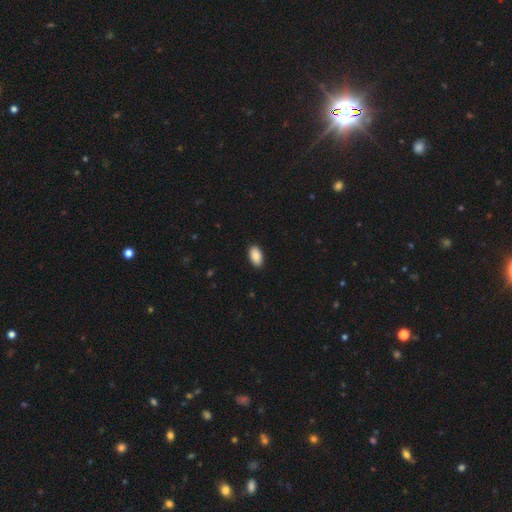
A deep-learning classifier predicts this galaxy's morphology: Smooth or featured? smooth (90%)
How rounded? in between (95%)
Merging? none (90%)